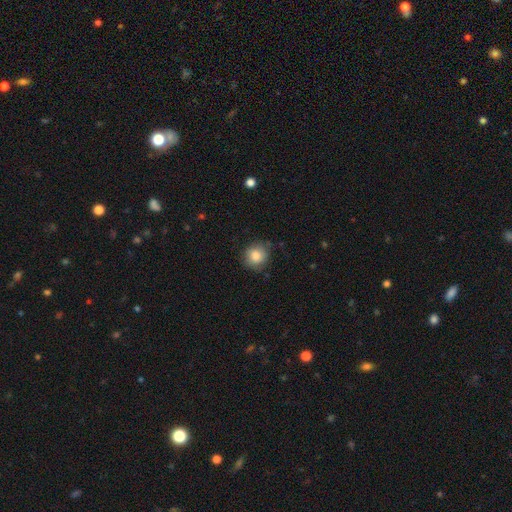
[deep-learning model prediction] Morphology: type=smooth (85%); roundness=round (88%); merging=none (80%).